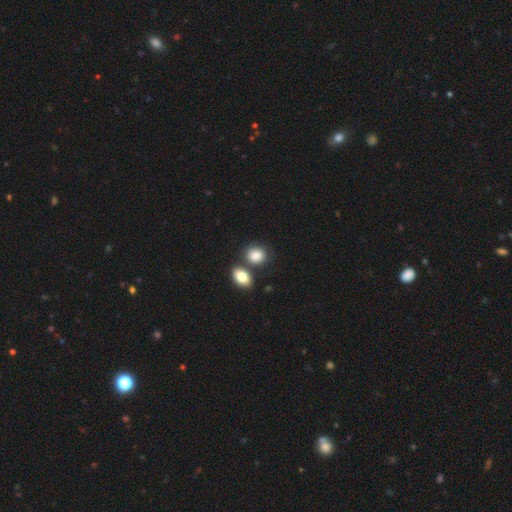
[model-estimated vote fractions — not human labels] This is clearly a smooth galaxy (85%). How rounded: possibly in between (55%). Merging: possibly none (58%).